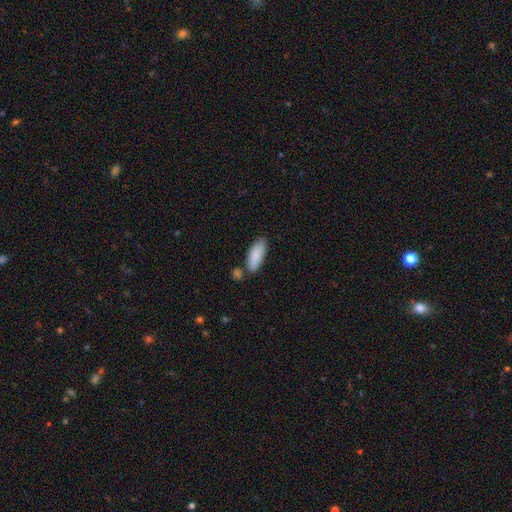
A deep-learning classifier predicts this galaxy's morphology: Smooth or featured: smooth — 86% (featured or disk — 8%)
How rounded: in between — 75% (cigar-shaped — 23%)
Merging: none — 69% (minor disturbance — 16%)